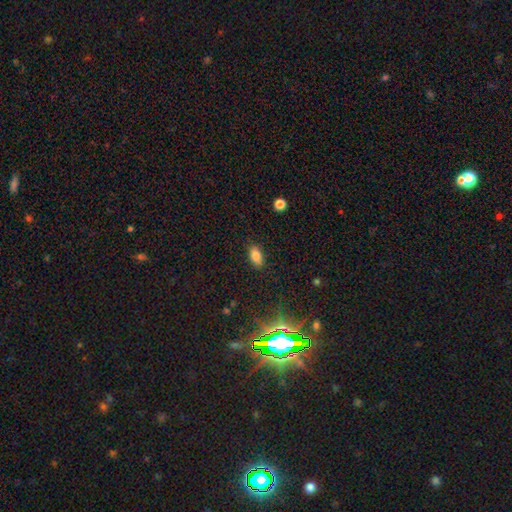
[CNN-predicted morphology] type=smooth (80%); roundness=in between (90%); merging=none (86%).